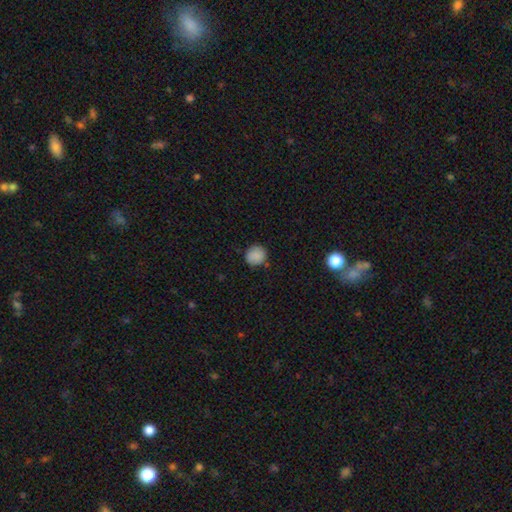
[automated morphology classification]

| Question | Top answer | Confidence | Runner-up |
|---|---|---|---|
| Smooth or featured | smooth | 87% | star or artifact (9%) |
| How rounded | round | 85% | in between (14%) |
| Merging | none | 82% | minor disturbance (13%) |